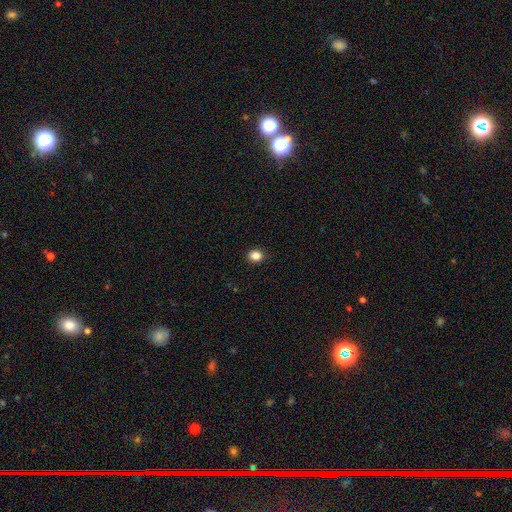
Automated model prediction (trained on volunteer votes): smooth-or-featured: smooth: 86% | star or artifact: 11% | featured or disk: 3%
  how-rounded: round: 70% | in between: 30% | cigar-shaped: 1%
  merging: none: 91% | minor disturbance: 6% | major disturbance: 2% | merger: 1%